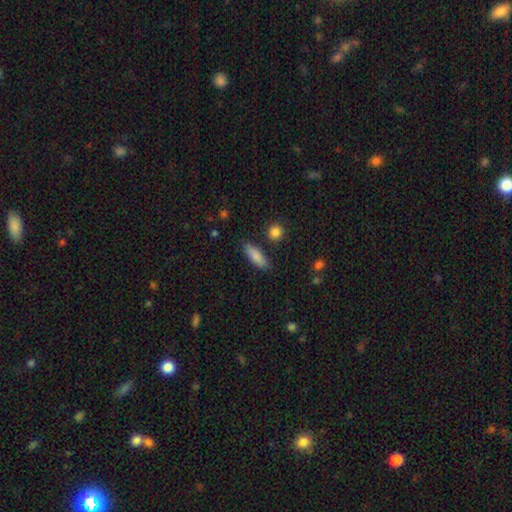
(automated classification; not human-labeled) Smooth or featured: smooth — 85% (featured or disk — 9%)
How rounded: in between — 55% (cigar-shaped — 42%)
Merging: none — 84% (minor disturbance — 11%)